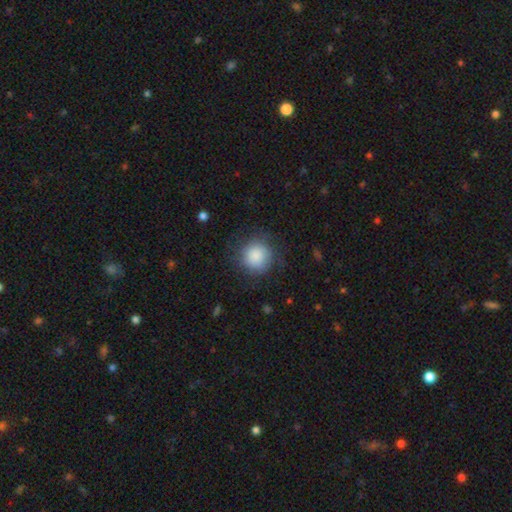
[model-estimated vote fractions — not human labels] Q: Smooth or featured?
A: smooth (81%); runner-up: featured or disk (11%)
Q: How rounded?
A: round (93%); runner-up: in between (6%)
Q: Merging?
A: none (73%); runner-up: minor disturbance (16%)